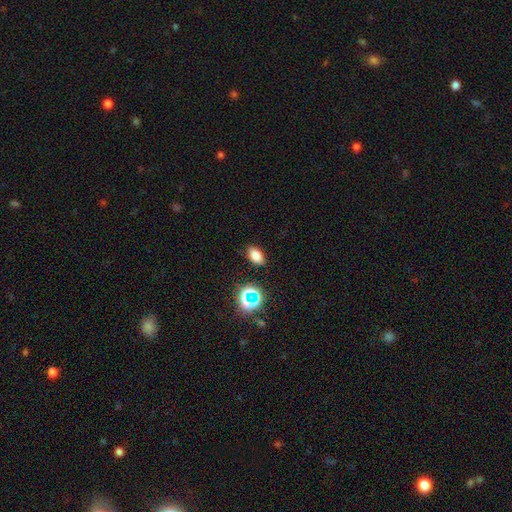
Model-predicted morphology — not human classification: A smooth galaxy with no disk features (76%) that is in between round and cigar-shaped (88%). Merging: none (87%).